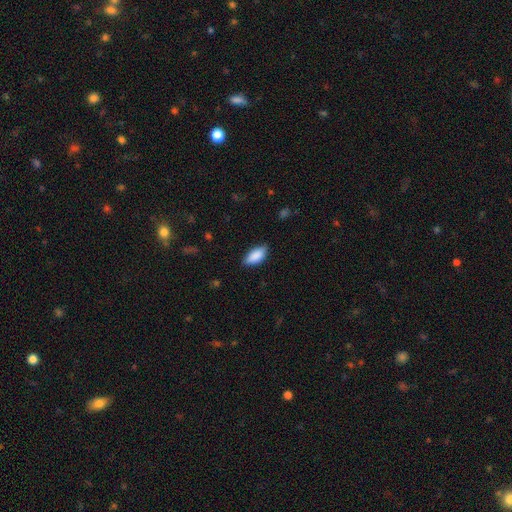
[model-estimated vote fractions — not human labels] Overall: smooth (88%). How rounded: in between (90%). Merging: none (81%).